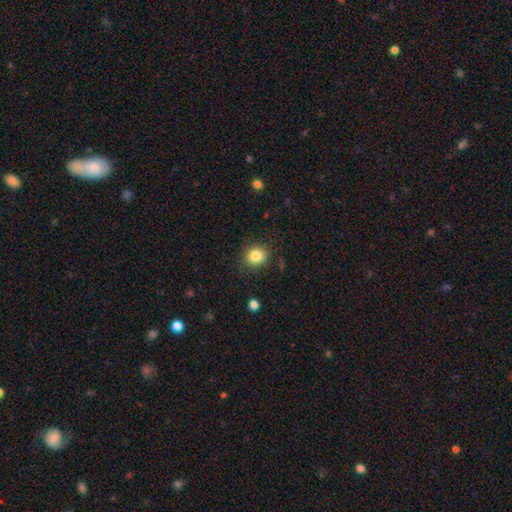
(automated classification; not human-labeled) A smooth galaxy with no disk features (84%) that is round (83%). Merging: none (87%).